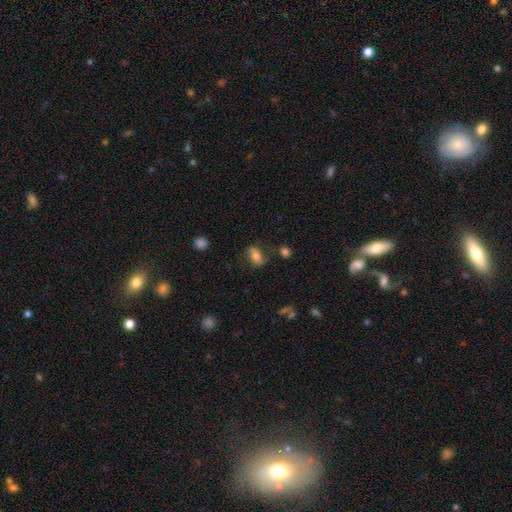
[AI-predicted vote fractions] Smooth or featured?
  - smooth: 65% *
  - featured or disk: 25%
  - star or artifact: 9%
How rounded?
  - in between: 82% *
  - round: 10%
  - cigar-shaped: 7%
Merging?
  - none: 67% *
  - minor disturbance: 20%
  - major disturbance: 8%
  - merger: 5%